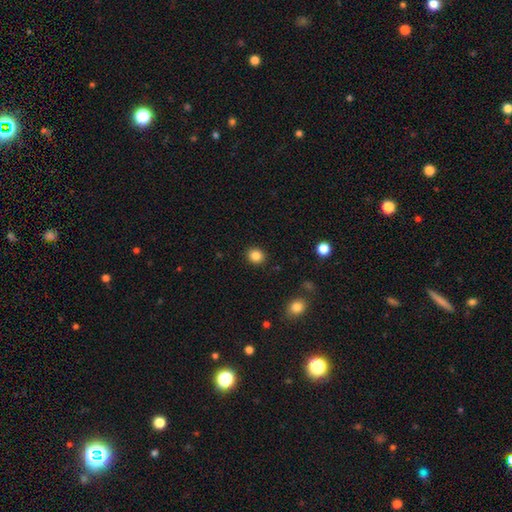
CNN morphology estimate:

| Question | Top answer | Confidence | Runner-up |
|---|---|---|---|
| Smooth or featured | smooth | 85% | star or artifact (11%) |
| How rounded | round | 81% | in between (18%) |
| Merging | none | 91% | minor disturbance (6%) |